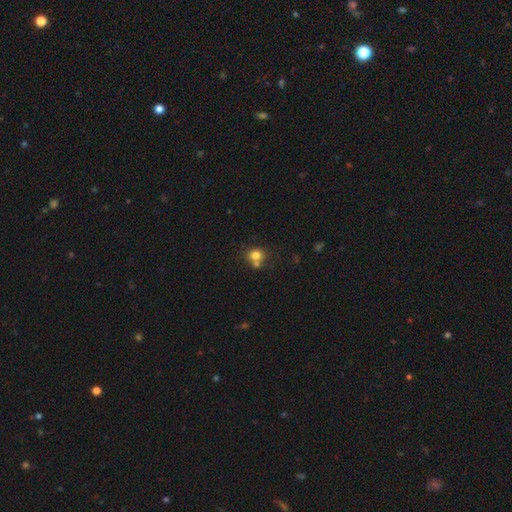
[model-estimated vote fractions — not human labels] Smooth or featured: smooth — 78% (star or artifact — 12%)
How rounded: round — 74% (in between — 25%)
Merging: none — 52% (merger — 34%)